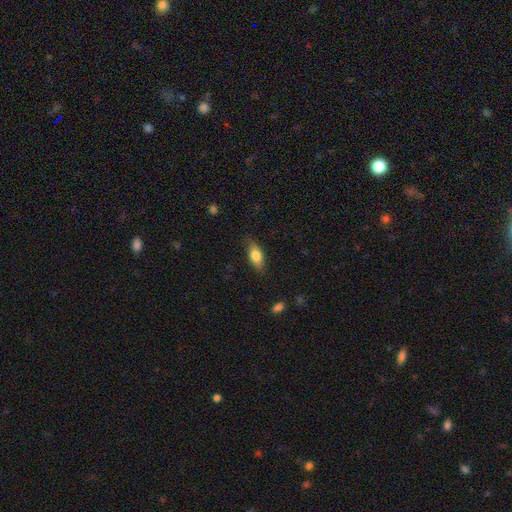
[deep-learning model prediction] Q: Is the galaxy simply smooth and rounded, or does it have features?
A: smooth — 77%.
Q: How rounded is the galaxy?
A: in between — 80%.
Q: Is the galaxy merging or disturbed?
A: none — 82%.